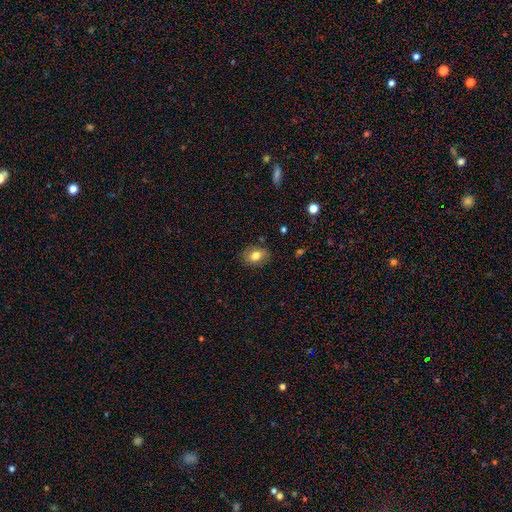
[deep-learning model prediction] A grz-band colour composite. It shows a smooth galaxy with no disk features (78%) that is in between round and cigar-shaped (69%). Merging: none (83%).